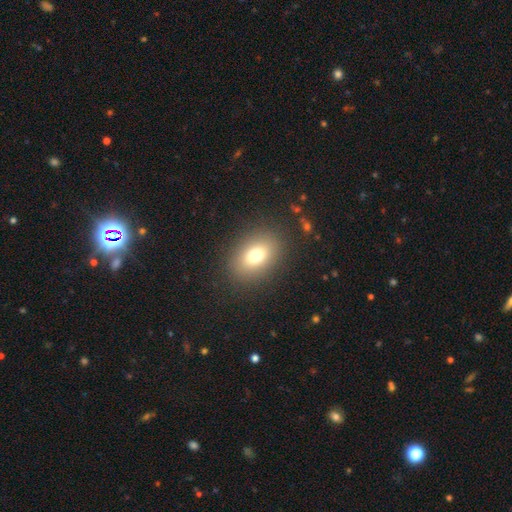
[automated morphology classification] A smooth galaxy with no disk features (74%) that is in between round and cigar-shaped (71%). Merging: none (86%).